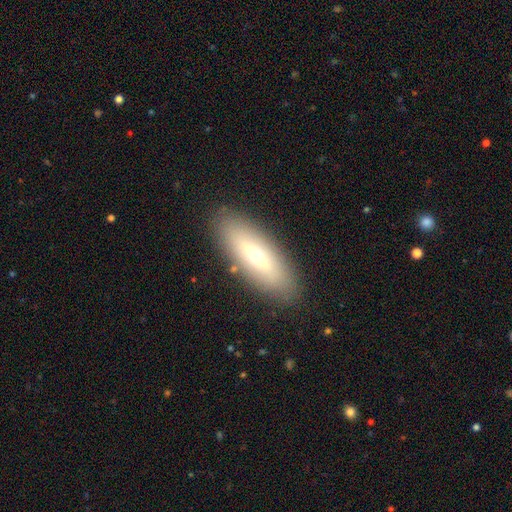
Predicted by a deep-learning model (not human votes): Morphology: type=smooth (54%); roundness=in between (63%); merging=none (87%).